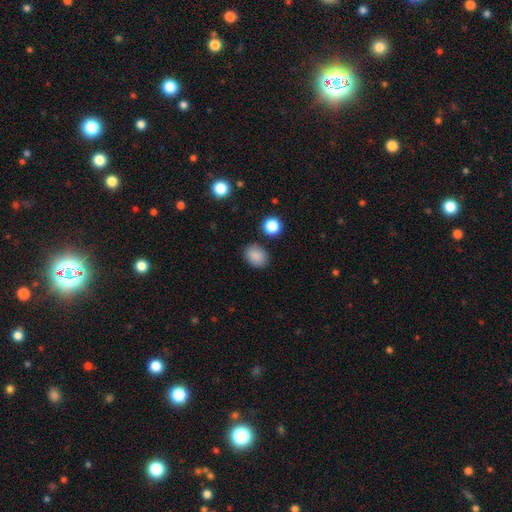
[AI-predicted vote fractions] This is clearly a smooth galaxy (87%). How rounded: likely in between (67%). Merging: clearly none (84%).